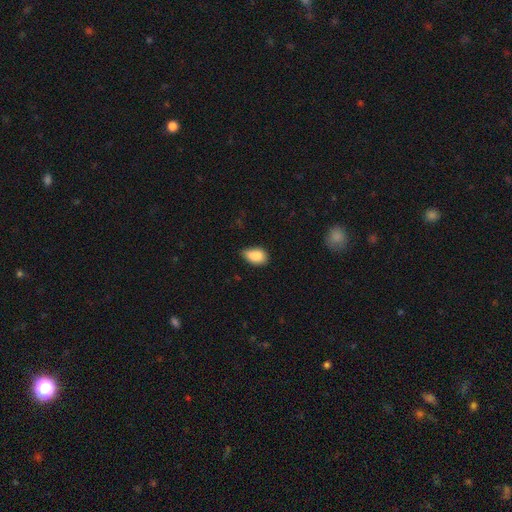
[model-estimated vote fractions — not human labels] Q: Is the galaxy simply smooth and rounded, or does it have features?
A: smooth — 87%.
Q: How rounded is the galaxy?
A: in between — 88%.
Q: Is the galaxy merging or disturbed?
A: none — 54%.